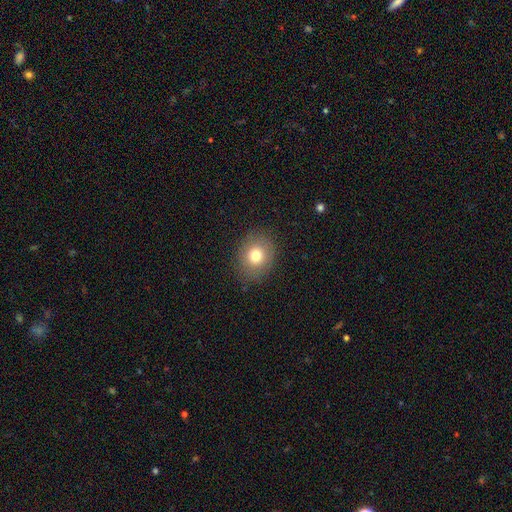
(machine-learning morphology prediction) Q: Smooth or featured?
A: smooth (76%); runner-up: featured or disk (12%)
Q: How rounded?
A: round (63%); runner-up: in between (36%)
Q: Merging?
A: none (85%); runner-up: minor disturbance (10%)